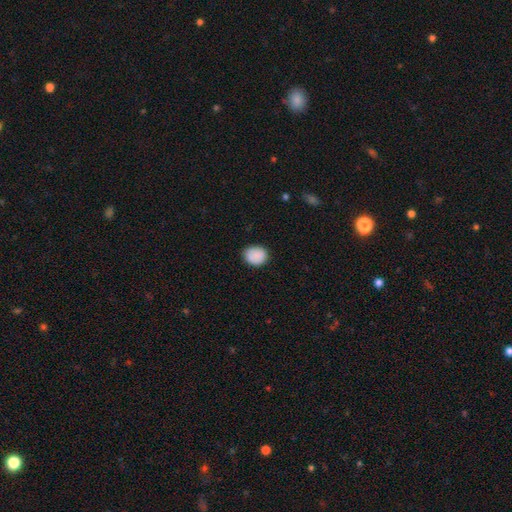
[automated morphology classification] Q: Smooth or featured?
A: smooth (88%); runner-up: star or artifact (8%)
Q: How rounded?
A: round (61%); runner-up: in between (38%)
Q: Merging?
A: none (83%); runner-up: minor disturbance (14%)